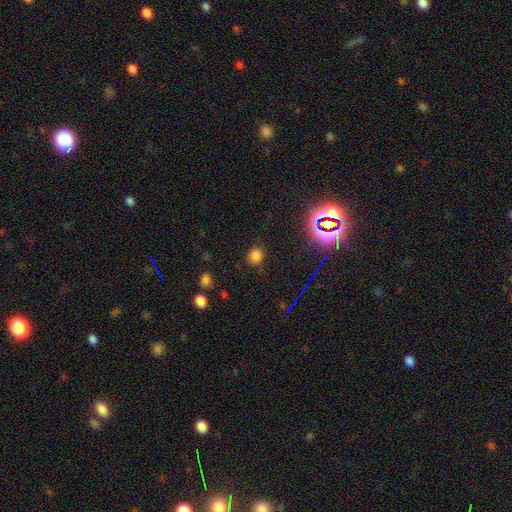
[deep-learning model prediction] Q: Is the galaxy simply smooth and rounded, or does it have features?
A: smooth — 72%.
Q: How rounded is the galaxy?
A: round — 76%.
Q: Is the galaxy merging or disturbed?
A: none — 80%.